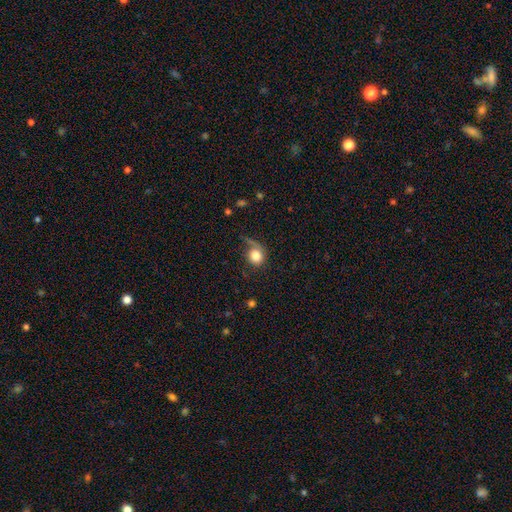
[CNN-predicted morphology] A smooth galaxy with no disk features (77%) that is round (81%). Merging: none (46%).